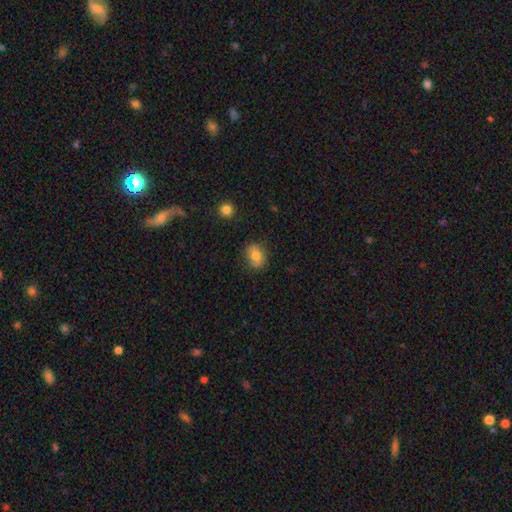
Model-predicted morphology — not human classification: Overall: smooth (75%). How rounded: in between (53%; round 46%). Merging: none (82%).